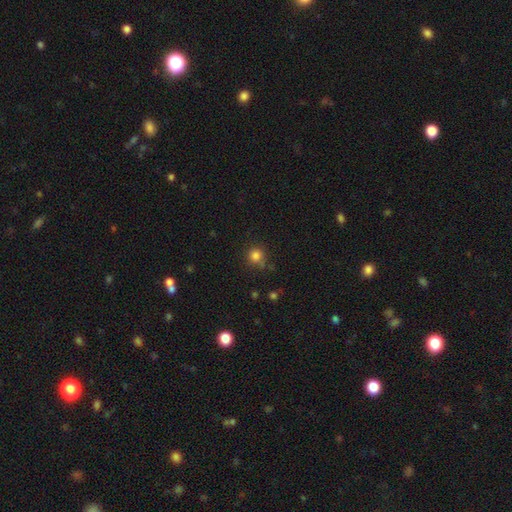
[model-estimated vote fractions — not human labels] Smooth or featured? smooth (82%)
How rounded? round (92%)
Merging? none (78%)